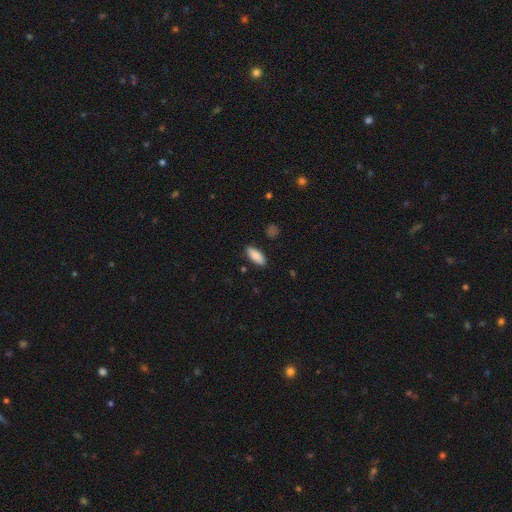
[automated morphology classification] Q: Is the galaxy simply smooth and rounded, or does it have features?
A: smooth — 87%.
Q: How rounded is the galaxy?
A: in between — 75%.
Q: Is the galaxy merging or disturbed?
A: none — 87%.